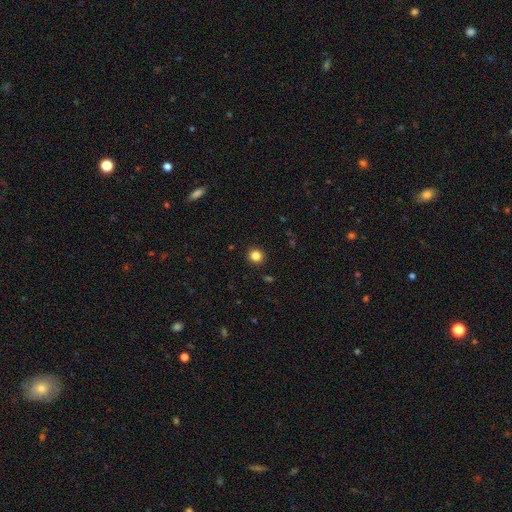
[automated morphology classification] type=smooth (84%); roundness=round (92%); merging=none (92%).